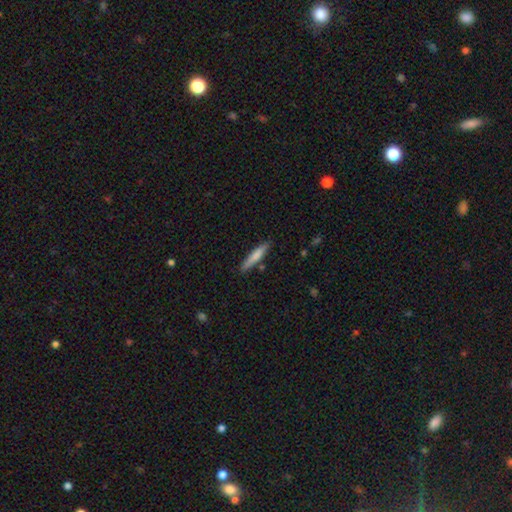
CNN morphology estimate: smooth-or-featured: smooth: 74% | featured or disk: 20% | star or artifact: 6%
  how-rounded: cigar-shaped: 90% | in between: 9% | round: 1%
  merging: none: 84% | minor disturbance: 11% | merger: 3% | major disturbance: 2%